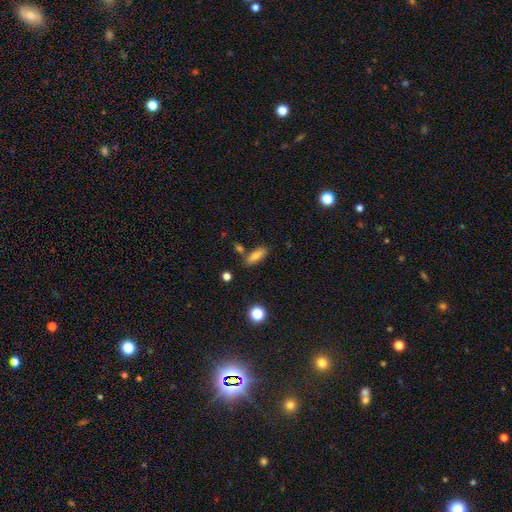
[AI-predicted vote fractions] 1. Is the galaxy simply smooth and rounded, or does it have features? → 76% smooth, 15% featured or disk, 9% star or artifact.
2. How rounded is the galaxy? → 59% in between, 38% cigar-shaped, 3% round.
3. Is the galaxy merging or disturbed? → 79% none, 12% minor disturbance, 7% merger, 3% major disturbance.